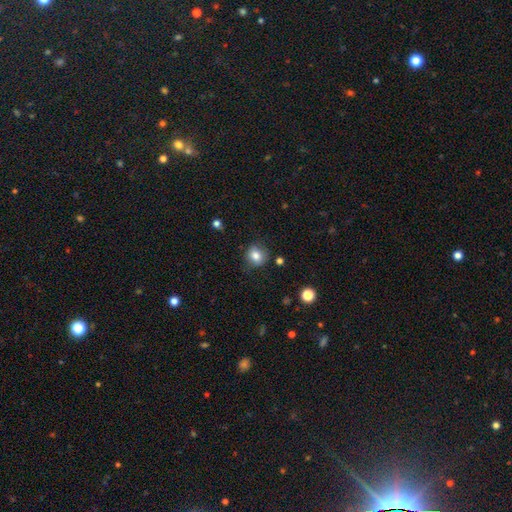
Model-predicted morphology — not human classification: Smooth or featured? Predicted: smooth (p=0.82). How rounded? Predicted: round (p=0.79). Merging? Predicted: none (p=0.79).